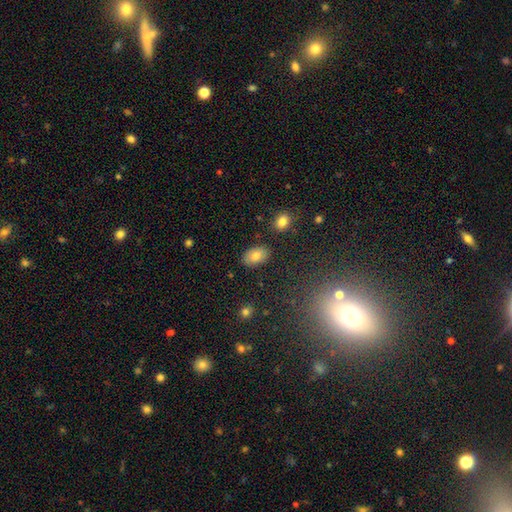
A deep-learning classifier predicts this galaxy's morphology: Smooth or featured? smooth (81%)
How rounded? in between (90%)
Merging? none (85%)